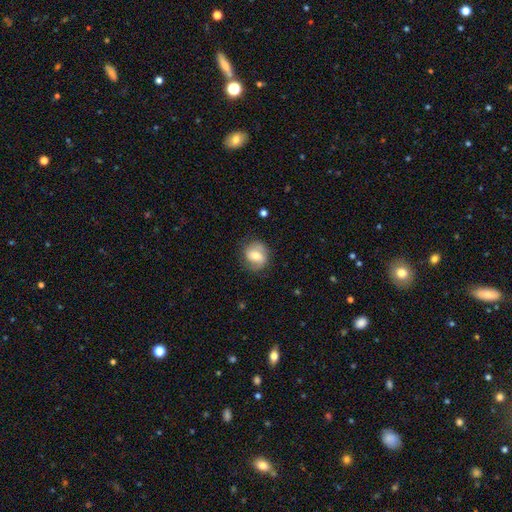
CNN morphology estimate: Overall: smooth (53%; featured or disk 39%). How rounded: round (72%). Merging: none (75%).